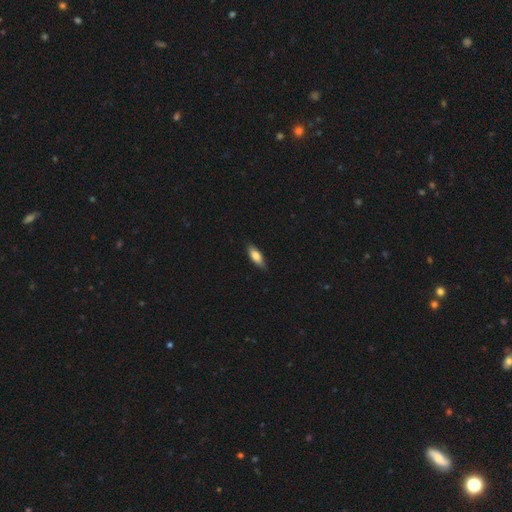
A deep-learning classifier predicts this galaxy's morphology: The model was most divided on "how rounded": in between: 71%, cigar-shaped: 26%, round: 2%. More confident: merging — none (84%); smooth or featured — smooth (77%).